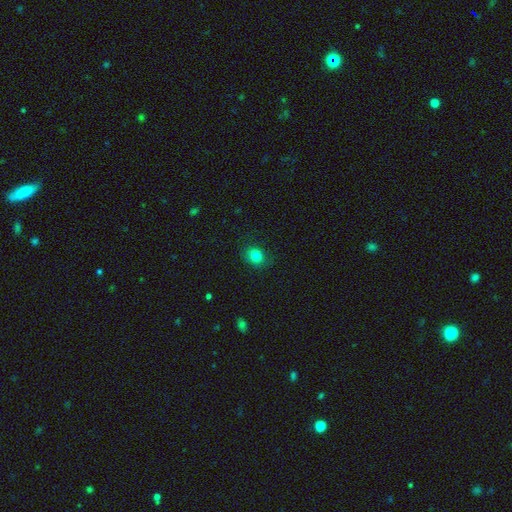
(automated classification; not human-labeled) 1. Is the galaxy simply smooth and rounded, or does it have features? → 82% smooth, 12% star or artifact, 7% featured or disk.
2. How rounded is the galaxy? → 63% round, 37% in between, 1% cigar-shaped.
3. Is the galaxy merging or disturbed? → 82% none, 13% minor disturbance, 4% major disturbance, 1% merger.